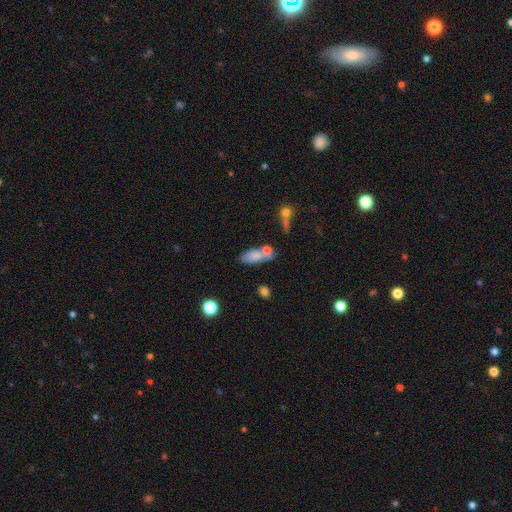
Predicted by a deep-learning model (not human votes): smooth_or_featured: smooth (p=0.74) [alt: featured or disk p=0.18]
how_rounded: in between (p=0.80) [alt: cigar-shaped p=0.16]
merging: none (p=0.49) [alt: merger p=0.27]